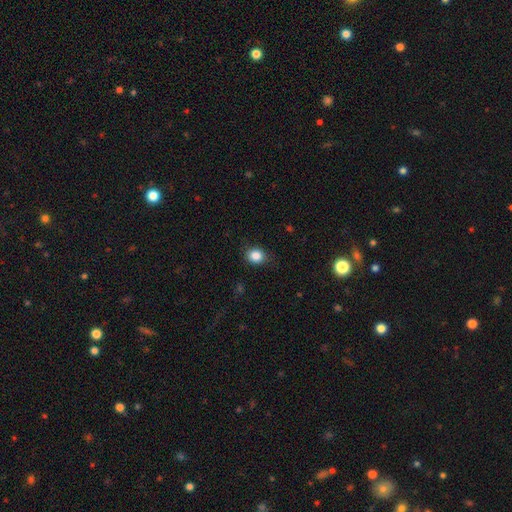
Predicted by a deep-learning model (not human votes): This is clearly a smooth galaxy (85%). How rounded: likely round (62%). Merging: clearly none (84%).